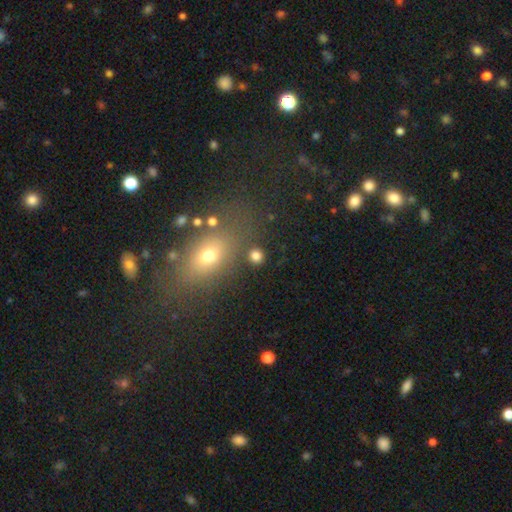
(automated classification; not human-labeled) Morphology: type=smooth (80%); roundness=round (82%); merging=none (82%).